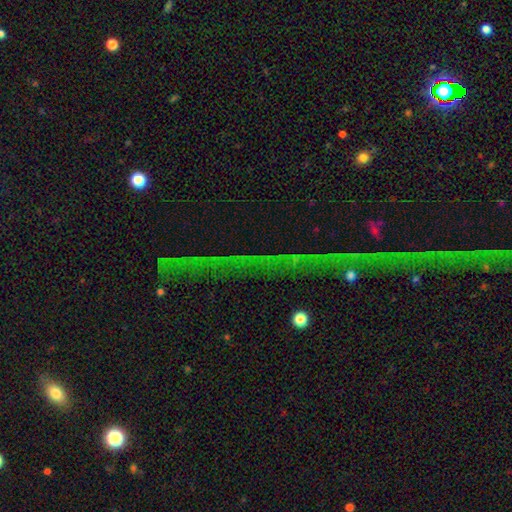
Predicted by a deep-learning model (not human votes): Q: Smooth or featured?
A: star or artifact (70%); runner-up: featured or disk (16%)